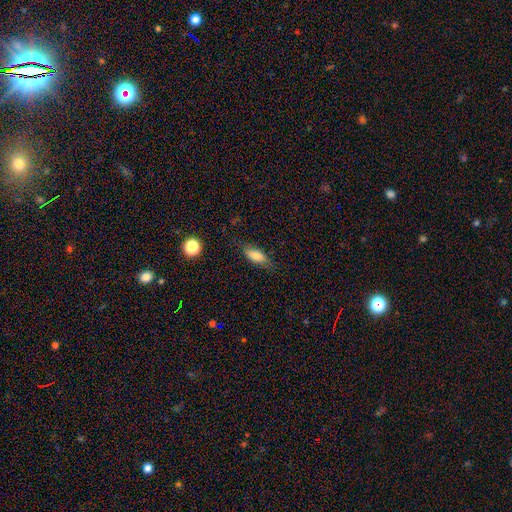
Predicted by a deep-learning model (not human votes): The model was most divided on "how rounded": in between: 74%, cigar-shaped: 23%, round: 3%. More confident: smooth or featured — smooth (77%); merging — none (75%).